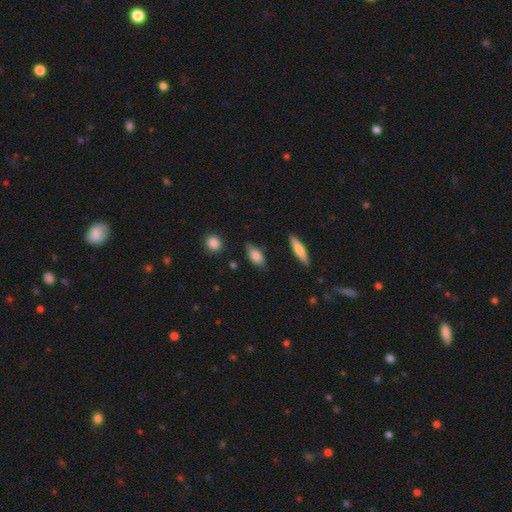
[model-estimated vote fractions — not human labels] Smooth or featured? smooth (76%)
How rounded? in between (77%)
Merging? none (75%)